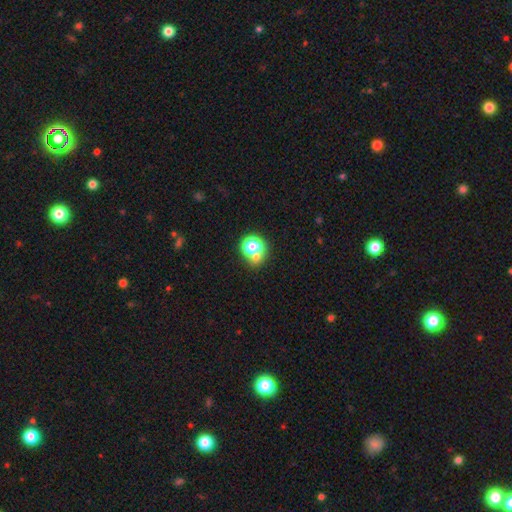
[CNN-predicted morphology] smooth_or_featured: smooth (p=0.67) [alt: star or artifact p=0.17]
how_rounded: round (p=0.67) [alt: in between p=0.31]
merging: merger (p=0.42) [alt: none p=0.41]